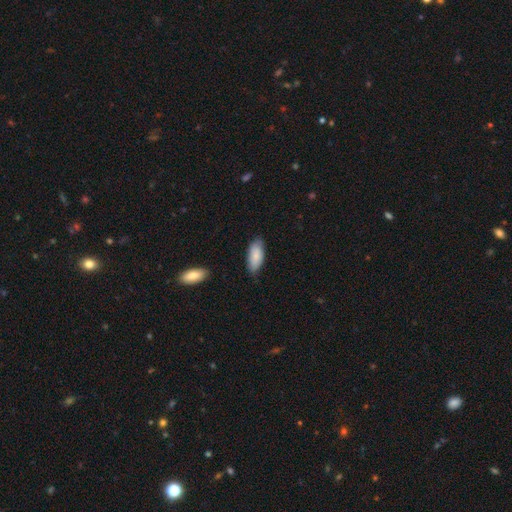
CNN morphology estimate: This appears to be a smooth galaxy with no disk features (86%) that is in between round and cigar-shaped (88%). Merging: none (79%).